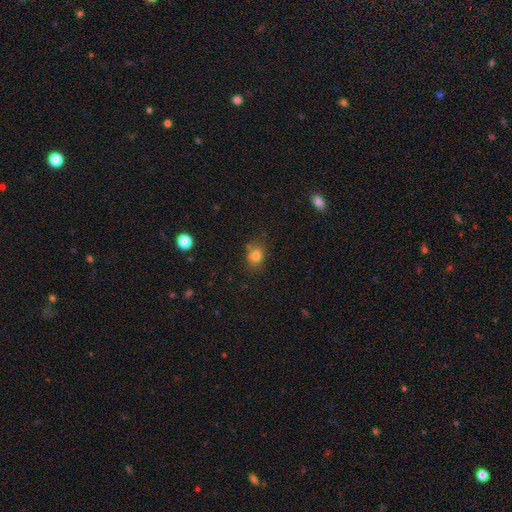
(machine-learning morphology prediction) A smooth galaxy with no disk features (79%) that is in between round and cigar-shaped (56%).

Vote fractions:
- Smooth or featured? smooth: 79% / star or artifact: 13% / featured or disk: 9%
- How rounded? in between: 56% / round: 43% / cigar-shaped: 1%
- Merging? none: 70% / minor disturbance: 17% / merger: 9% / major disturbance: 4%